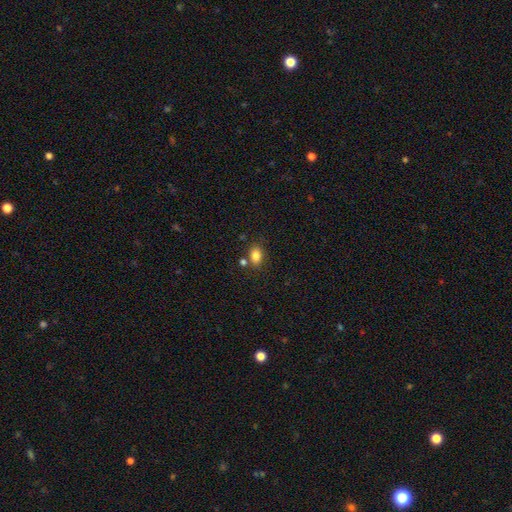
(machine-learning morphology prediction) Q: Smooth or featured?
A: smooth (83%); runner-up: star or artifact (10%)
Q: How rounded?
A: in between (72%); runner-up: round (27%)
Q: Merging?
A: none (69%); runner-up: merger (14%)